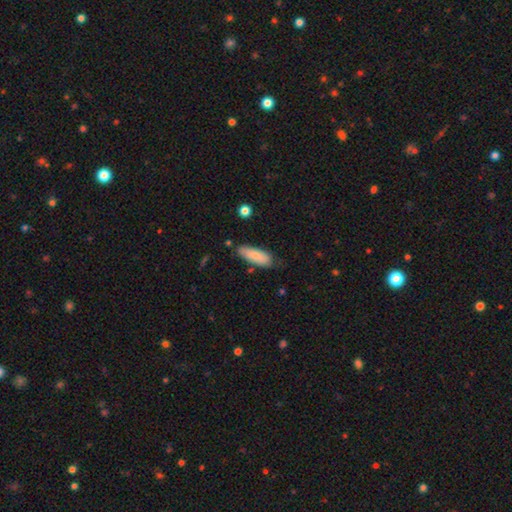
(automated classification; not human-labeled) This appears to be a smooth galaxy with no disk features (80%) that is in between round and cigar-shaped (65%). Merging: none (70%).